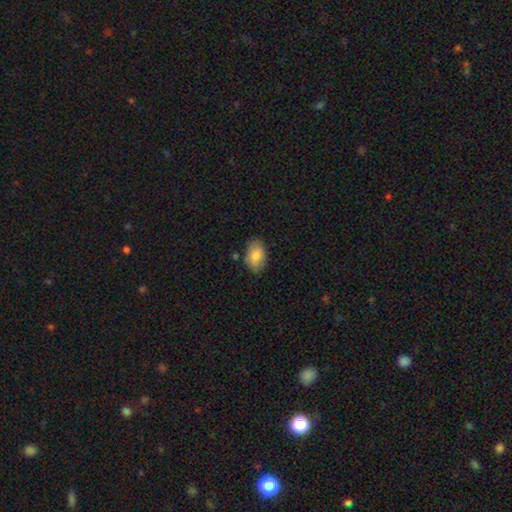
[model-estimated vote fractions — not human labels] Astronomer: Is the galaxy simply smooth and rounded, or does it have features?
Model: smooth — 82%.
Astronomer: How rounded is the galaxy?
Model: in between — 91%.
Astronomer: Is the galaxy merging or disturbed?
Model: none — 81%.